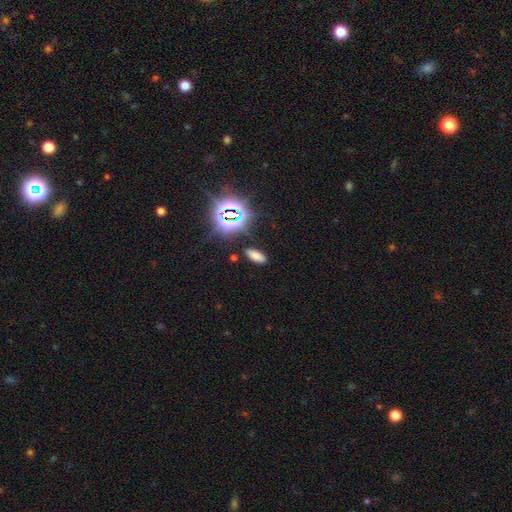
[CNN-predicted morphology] Smooth or featured? Predicted: smooth (p=0.66). How rounded? Predicted: in between (p=0.83). Merging? Predicted: none (p=0.87).